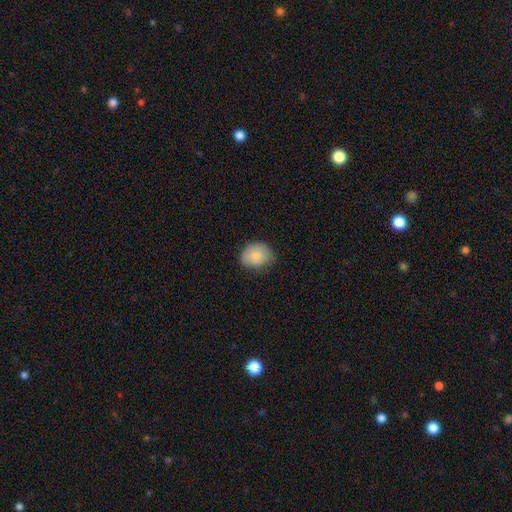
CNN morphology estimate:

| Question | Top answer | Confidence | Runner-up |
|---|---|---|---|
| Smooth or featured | smooth | 85% | featured or disk (8%) |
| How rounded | round | 52% | in between (47%) |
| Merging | none | 70% | minor disturbance (24%) |